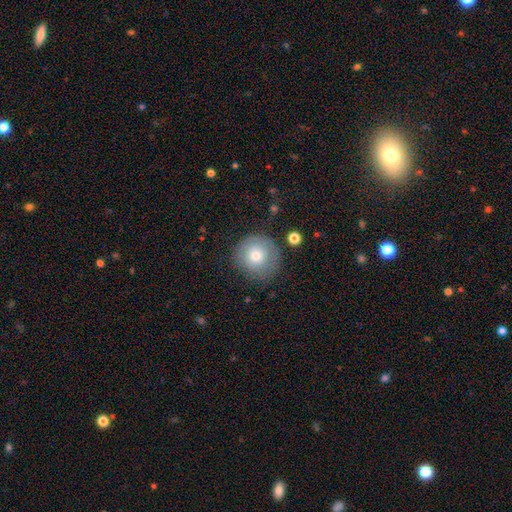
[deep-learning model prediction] Smooth or featured? smooth (69%)
How rounded? round (94%)
Merging? none (76%)